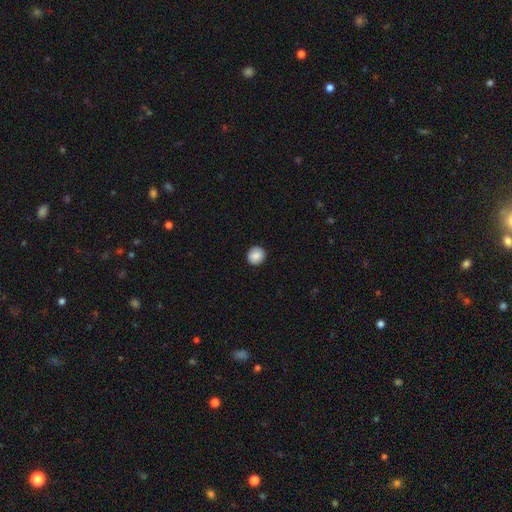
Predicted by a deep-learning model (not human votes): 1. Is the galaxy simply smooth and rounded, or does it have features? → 87% smooth, 8% star or artifact, 5% featured or disk.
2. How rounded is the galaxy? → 90% round, 9% in between, 1% cigar-shaped.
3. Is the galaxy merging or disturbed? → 91% none, 6% minor disturbance, 2% major disturbance, 1% merger.